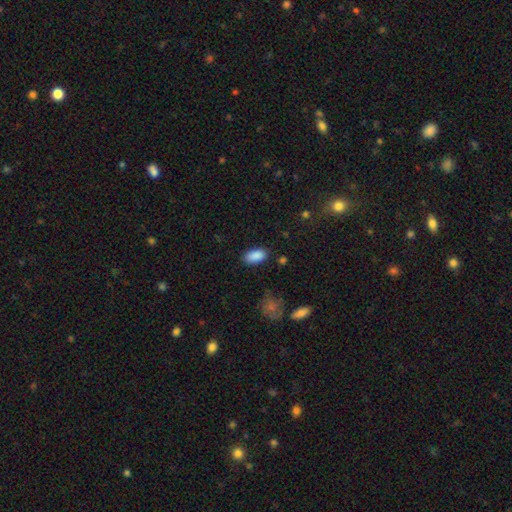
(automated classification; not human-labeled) The model was most divided on "merging": none: 84%, minor disturbance: 11%, major disturbance: 3%, merger: 2%. More confident: how rounded — in between (93%); smooth or featured — smooth (89%).